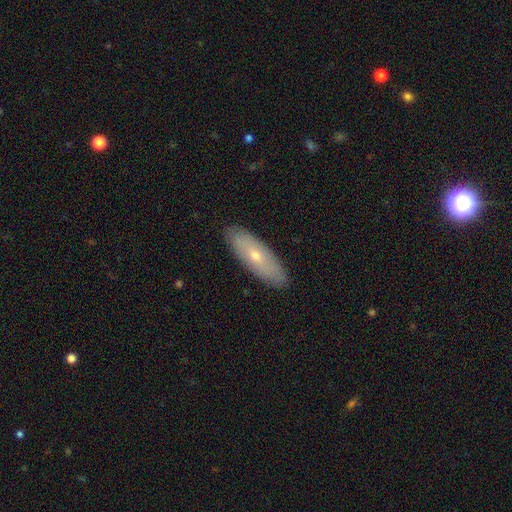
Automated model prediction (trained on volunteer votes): smooth-or-featured: smooth: 57% | featured or disk: 36% | star or artifact: 6%
  how-rounded: in between: 59% | cigar-shaped: 39% | round: 2%
  merging: none: 89% | minor disturbance: 9% | major disturbance: 2% | merger: 1%